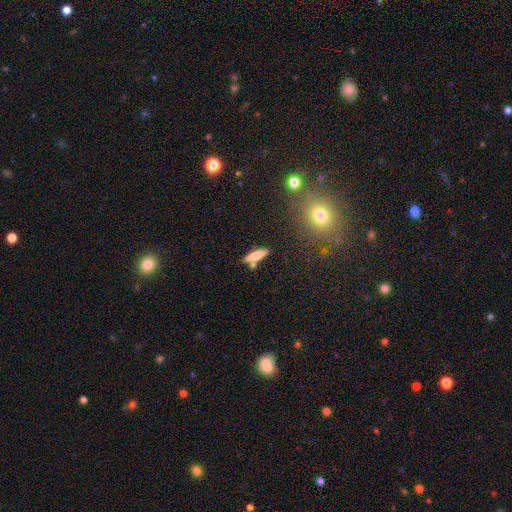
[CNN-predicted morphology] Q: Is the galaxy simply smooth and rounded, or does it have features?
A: smooth — 65%.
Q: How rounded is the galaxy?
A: cigar-shaped — 67%.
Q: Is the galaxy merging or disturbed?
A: none — 69%.